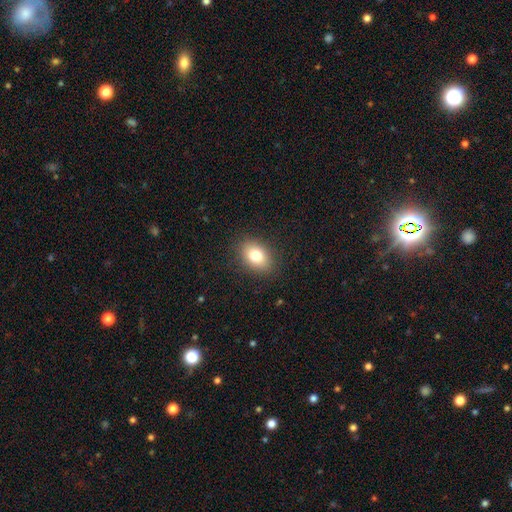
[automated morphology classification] smooth 81%, featured or disk 10%, star or artifact 10%. Down the decision tree: how rounded — in between (76%); merging — none (88%).